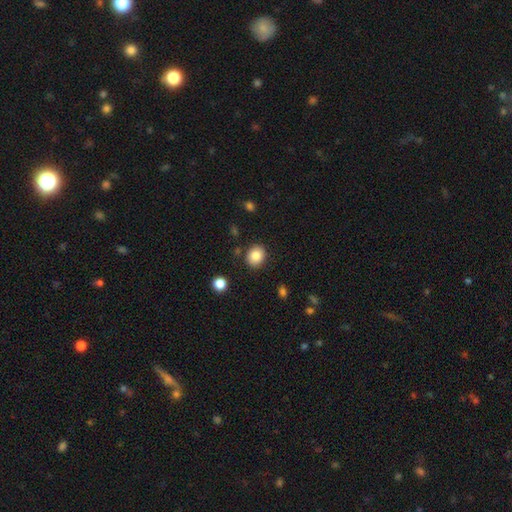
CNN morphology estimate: A smooth galaxy with no disk features (83%) that is round (64%).

Vote fractions:
- Smooth or featured? smooth: 83% / star or artifact: 9% / featured or disk: 7%
- How rounded? round: 64% / in between: 35% / cigar-shaped: 1%
- Merging? none: 87% / minor disturbance: 8% / merger: 3% / major disturbance: 2%